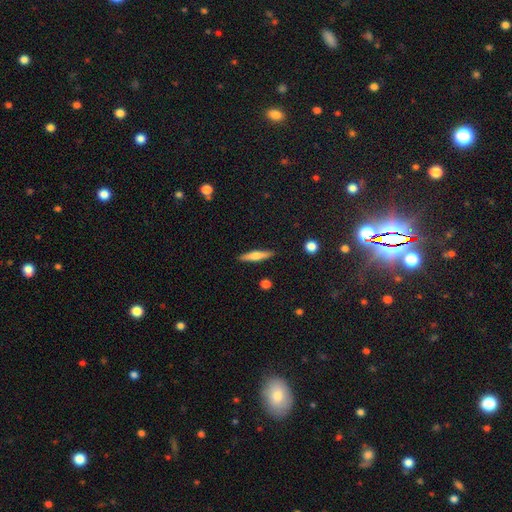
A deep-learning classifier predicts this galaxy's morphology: Smooth or featured?
  - smooth: 58% *
  - featured or disk: 35%
  - star or artifact: 6%
How rounded?
  - cigar-shaped: 86% *
  - in between: 12%
  - round: 2%
Merging?
  - none: 89% *
  - minor disturbance: 8%
  - major disturbance: 2%
  - merger: 2%